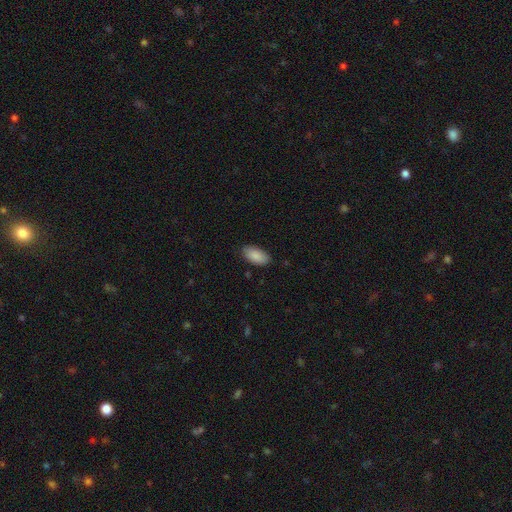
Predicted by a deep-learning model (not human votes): Smooth or featured? Predicted: smooth (p=0.90). How rounded? Predicted: in between (p=0.94). Merging? Predicted: none (p=0.84).